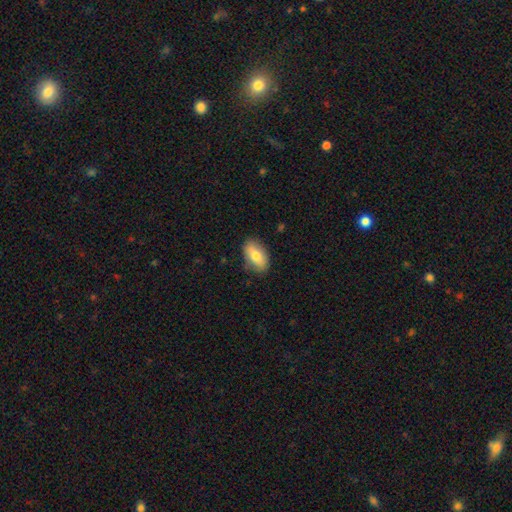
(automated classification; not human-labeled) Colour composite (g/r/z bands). It shows a smooth galaxy with no disk features (74%) that is in between round and cigar-shaped (91%). Merging: none (83%).